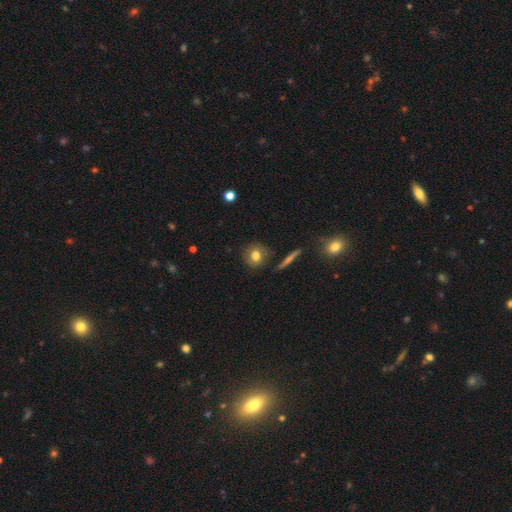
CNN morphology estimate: smooth 77%, featured or disk 13%, star or artifact 10%. Down the decision tree: how rounded — round (83%); merging — none (81%).